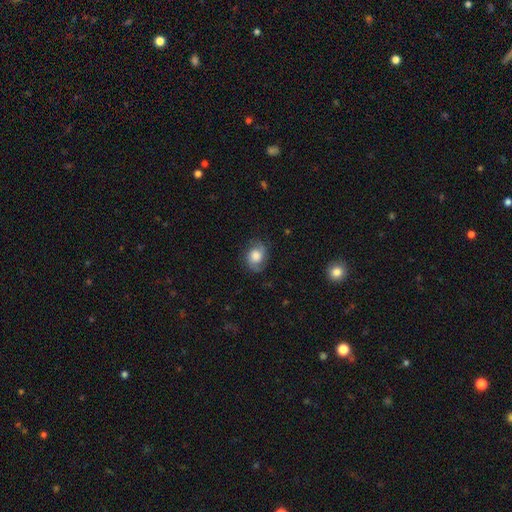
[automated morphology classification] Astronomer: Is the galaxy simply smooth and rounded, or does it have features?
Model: smooth — 54% (runner-up: featured or disk, 37%).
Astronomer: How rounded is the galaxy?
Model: round — 53% (runner-up: in between, 46%).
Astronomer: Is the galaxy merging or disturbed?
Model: none — 69%.